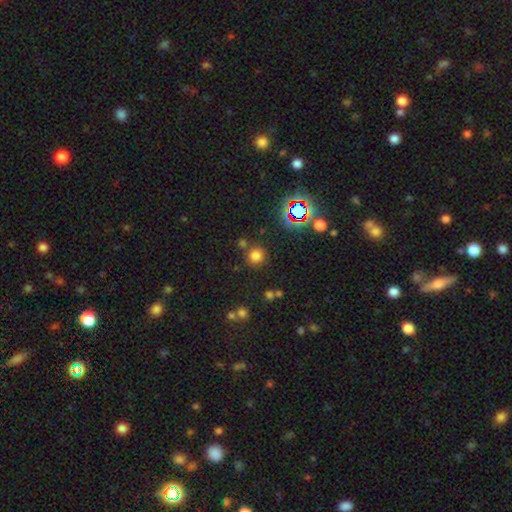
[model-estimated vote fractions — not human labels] This is likely a smooth galaxy (73%). How rounded: clearly round (92%). Merging: likely none (80%).